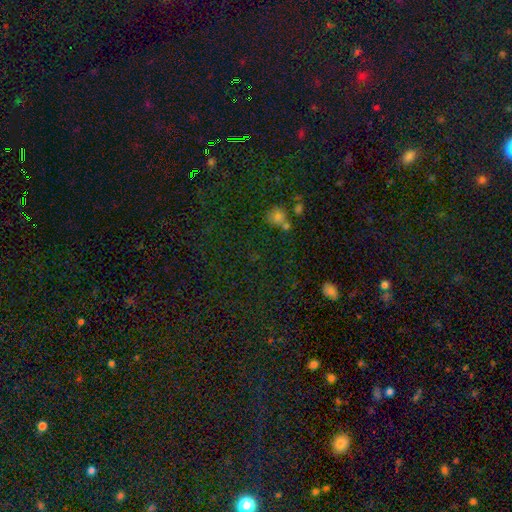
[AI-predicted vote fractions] smooth-or-featured: star or artifact: 71% | smooth: 21% | featured or disk: 9%